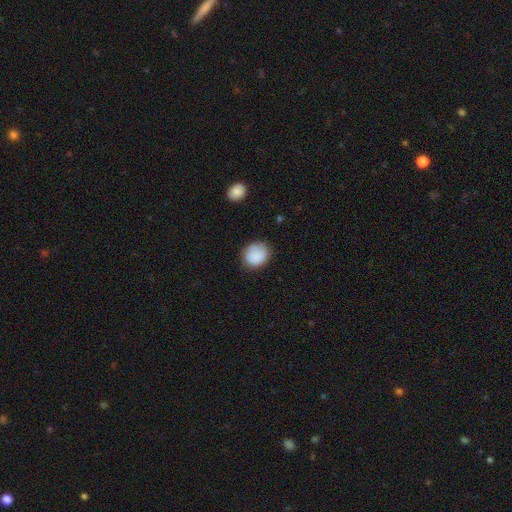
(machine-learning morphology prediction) smooth-or-featured: smooth: 87% | star or artifact: 8% | featured or disk: 5%
  how-rounded: round: 77% | in between: 22% | cigar-shaped: 1%
  merging: none: 80% | minor disturbance: 15% | major disturbance: 4% | merger: 1%